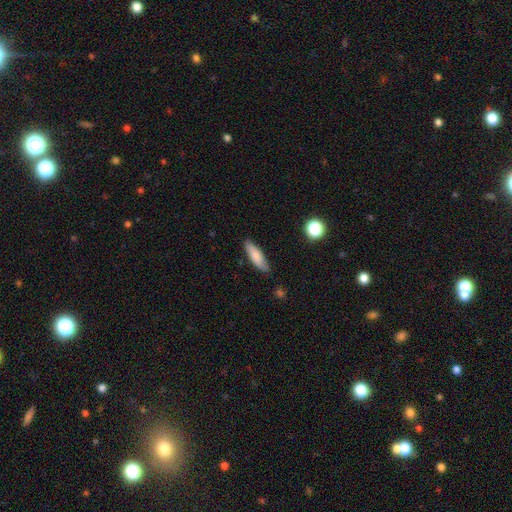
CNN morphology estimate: A smooth galaxy with no disk features (78%) that is cigar-shaped (58%).

Vote fractions:
- Smooth or featured? smooth: 78% / featured or disk: 15% / star or artifact: 7%
- How rounded? cigar-shaped: 58% / in between: 40% / round: 2%
- Merging? none: 83% / minor disturbance: 14% / major disturbance: 2% / merger: 1%